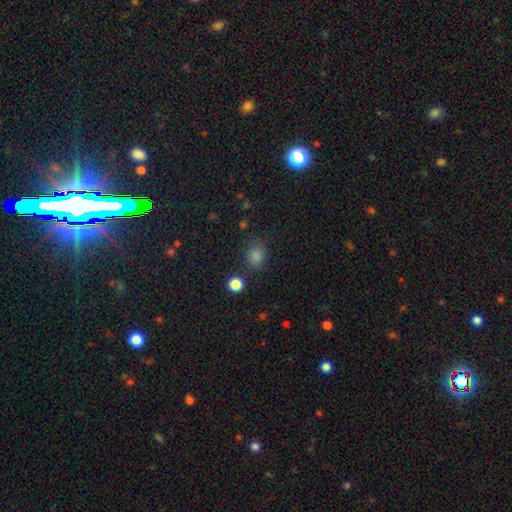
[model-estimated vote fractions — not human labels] The model was most divided on "how rounded": round: 62%, in between: 37%, cigar-shaped: 1%. More confident: merging — none (78%); smooth or featured — smooth (77%).